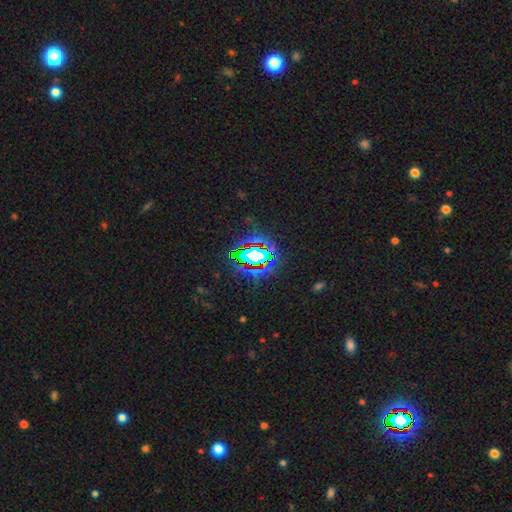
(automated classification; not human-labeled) star or artifact 70%, smooth 16%, featured or disk 14%.